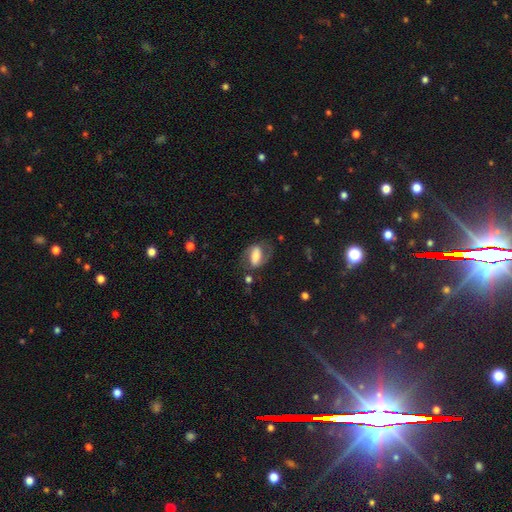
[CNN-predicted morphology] This appears to be a featured or disk galaxy (59%) with a strong bar (45%), spiral arms (83%) and a moderate central bulge (36%). Merging: none (63%).